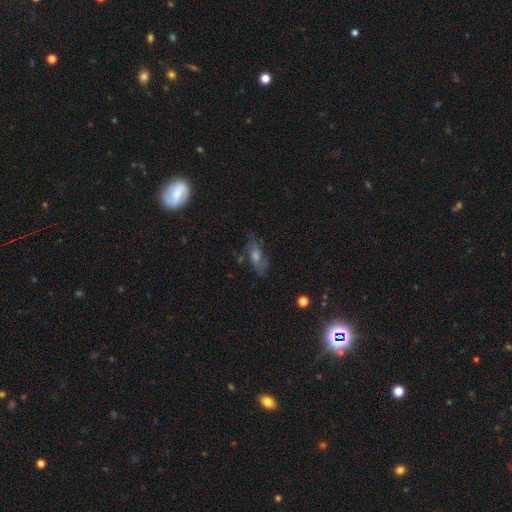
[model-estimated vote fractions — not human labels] Q: Smooth or featured?
A: featured or disk (57%); runner-up: smooth (25%)
Q: Edge-on disk?
A: no (84%); runner-up: yes (16%)
Q: Merging?
A: none (69%); runner-up: minor disturbance (19%)